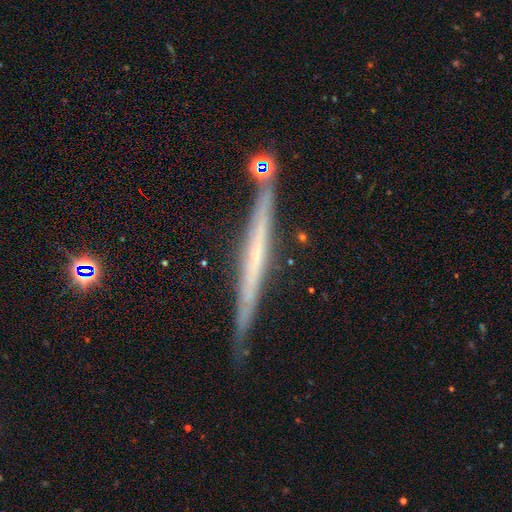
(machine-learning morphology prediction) type=featured or disk (68%); edge-on=yes (96%); edge-on bulge=none (78%); merging=none (75%).